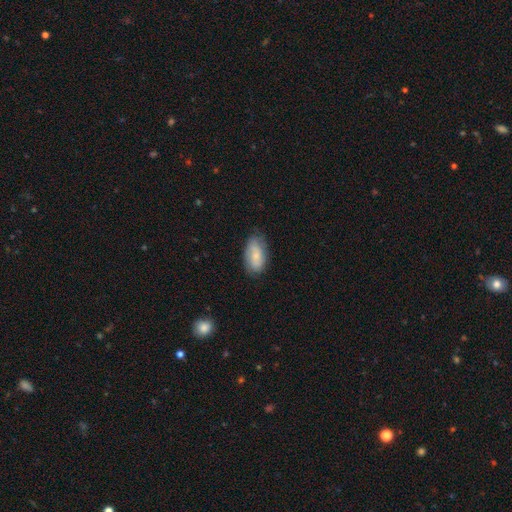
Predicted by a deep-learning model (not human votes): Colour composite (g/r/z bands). It shows a smooth galaxy with no disk features (65%) that is in between round and cigar-shaped (92%). Merging: none (74%).